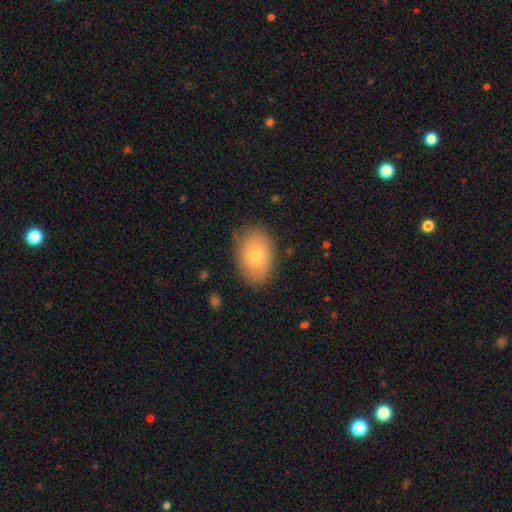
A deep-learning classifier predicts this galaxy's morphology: Smooth or featured?
  - smooth: 73% *
  - featured or disk: 18%
  - star or artifact: 9%
How rounded?
  - in between: 83% *
  - round: 16%
  - cigar-shaped: 1%
Merging?
  - none: 83% *
  - minor disturbance: 13%
  - major disturbance: 3%
  - merger: 1%